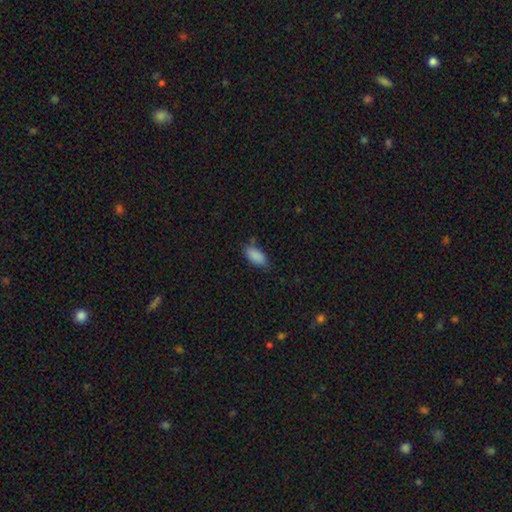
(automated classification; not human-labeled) Overall: smooth (88%). How rounded: in between (91%). Merging: none (69%).